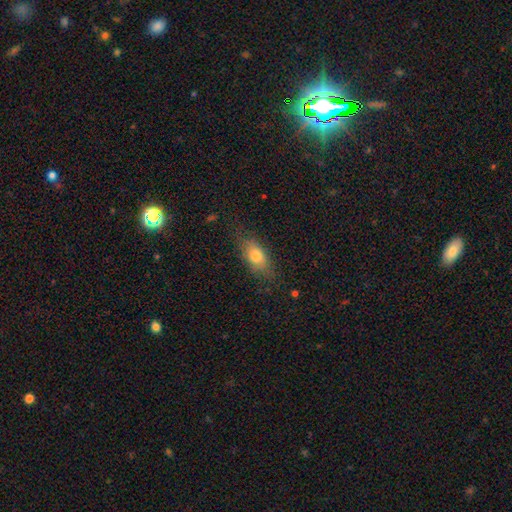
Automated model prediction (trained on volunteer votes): This appears to be a smooth galaxy with no disk features (76%) that is in between round and cigar-shaped (80%). Merging: none (73%).